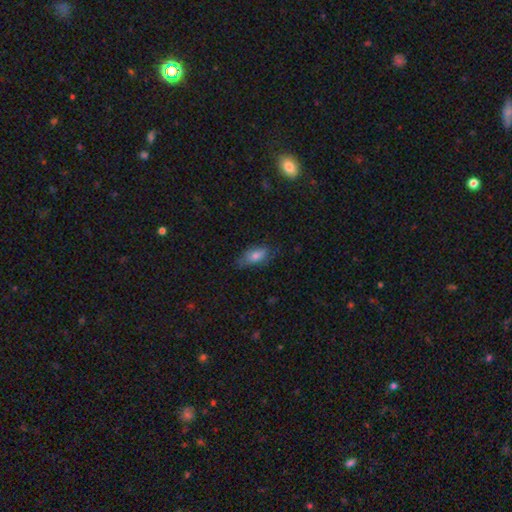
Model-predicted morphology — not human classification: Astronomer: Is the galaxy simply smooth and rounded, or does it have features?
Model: smooth — 70%.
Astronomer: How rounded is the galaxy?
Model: in between — 78%.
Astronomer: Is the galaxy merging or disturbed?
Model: none — 68%.